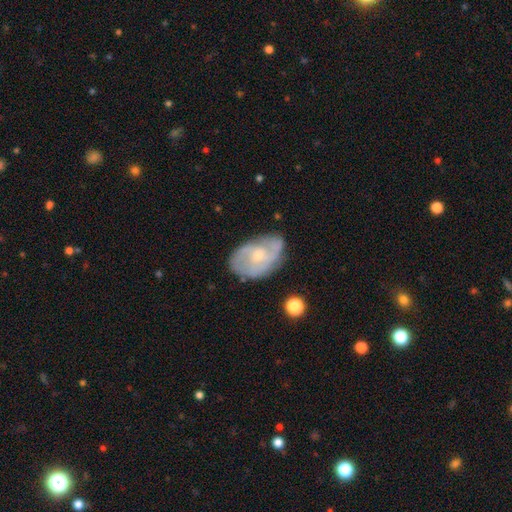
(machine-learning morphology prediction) This is likely a featured or disk galaxy (68%). It is clearly not viewed edge-on (95%). Bar: likely no (68%). Spiral arm pattern: clearly yes (82%). Spiral arm count: marginally can't tell (36%). Spiral winding: possibly tight (54%). Central bulge: possibly small (53%). Merging: likely none (69%).